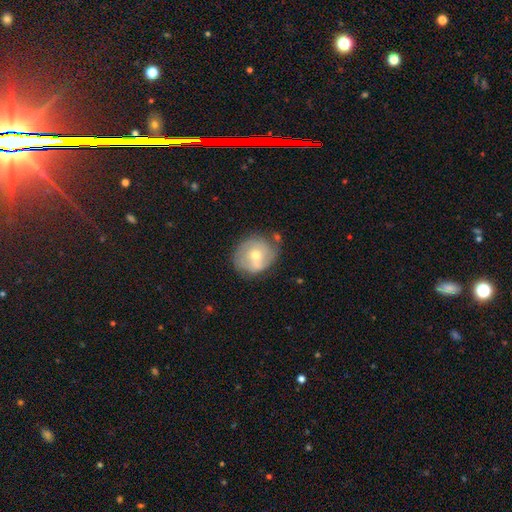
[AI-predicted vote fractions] A featured or disk galaxy (48%). Merging: none (60%).